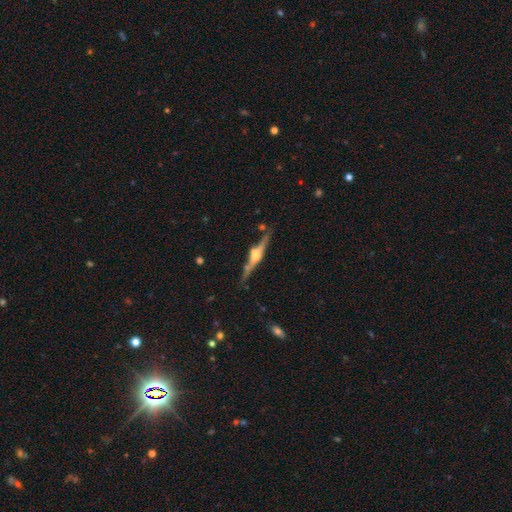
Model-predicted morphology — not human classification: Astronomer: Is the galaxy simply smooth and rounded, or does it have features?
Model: featured or disk — 79%.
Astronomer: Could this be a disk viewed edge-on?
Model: yes — 97%.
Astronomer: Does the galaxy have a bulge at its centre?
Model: rounded — 87%.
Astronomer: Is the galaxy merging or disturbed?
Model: none — 79%.